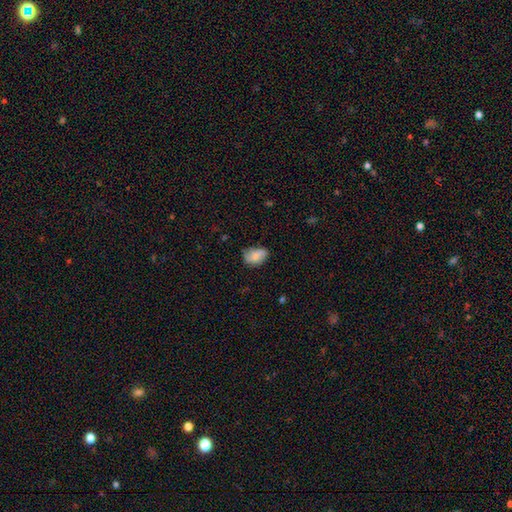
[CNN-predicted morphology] type=smooth (74%); roundness=in between (80%); merging=none (58%).